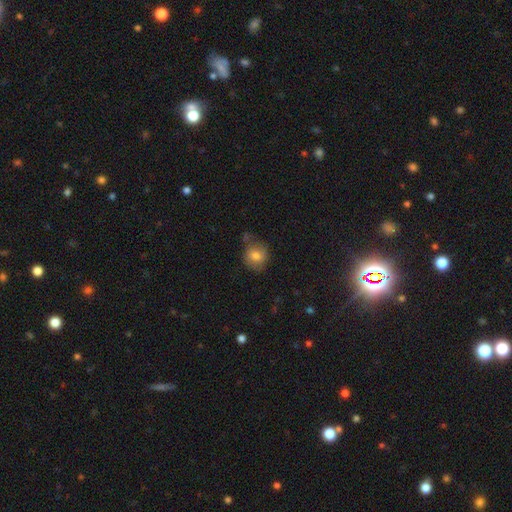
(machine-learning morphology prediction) type=smooth (78%); roundness=round (80%); merging=none (68%).